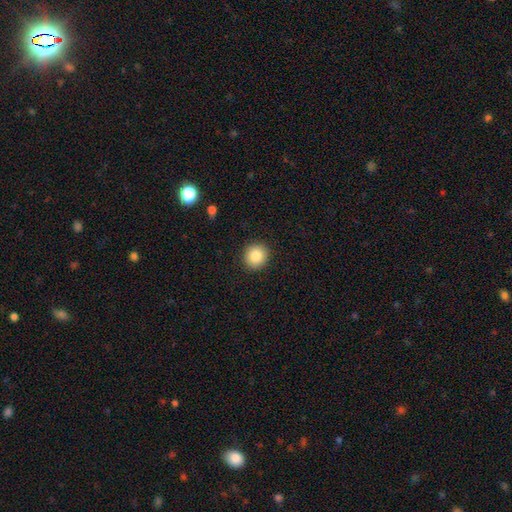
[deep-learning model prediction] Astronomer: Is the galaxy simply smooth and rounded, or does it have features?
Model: smooth — 85%.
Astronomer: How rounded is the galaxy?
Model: round — 89%.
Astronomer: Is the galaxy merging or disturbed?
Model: none — 92%.